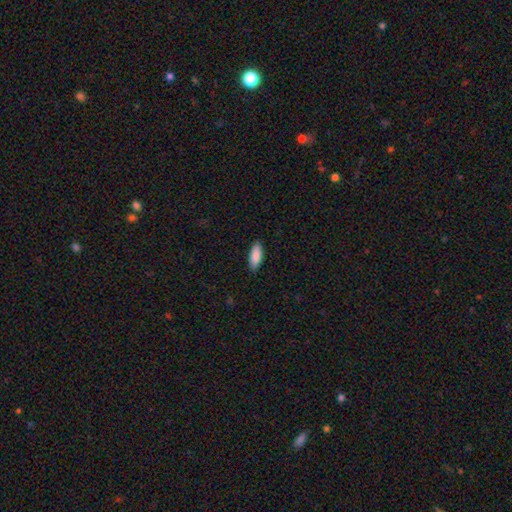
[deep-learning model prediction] The model was most divided on "how rounded": in between: 81%, cigar-shaped: 18%, round: 2%. More confident: merging — none (89%); smooth or featured — smooth (89%).